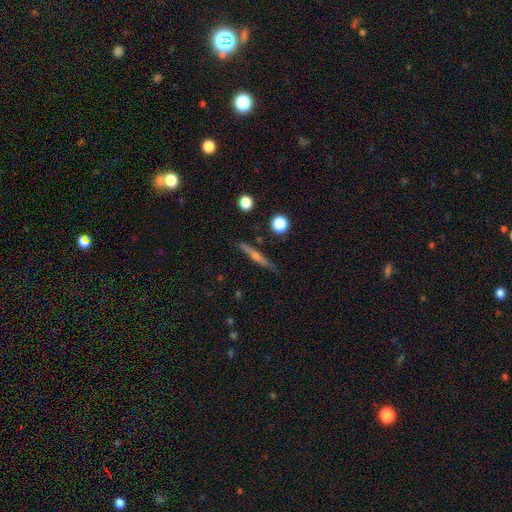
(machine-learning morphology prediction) Overall: featured or disk (56%; smooth 35%). Edge-on disk: yes (96%). Edge-on bulge: rounded (59%; none 35%). Merging: none (87%).